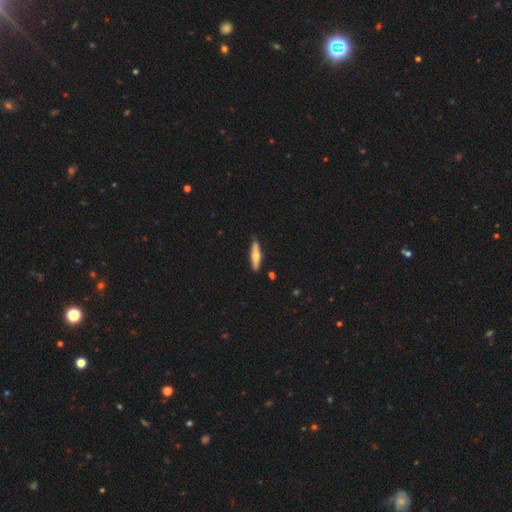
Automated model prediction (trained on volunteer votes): This appears to be a smooth galaxy with no disk features (50%) that is cigar-shaped (76%). Merging: none (87%).